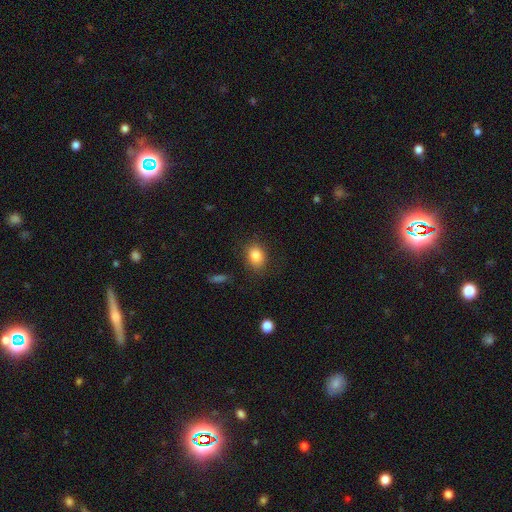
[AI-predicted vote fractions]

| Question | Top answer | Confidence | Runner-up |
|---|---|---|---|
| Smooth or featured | smooth | 85% | star or artifact (9%) |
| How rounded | in between | 66% | round (32%) |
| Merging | none | 82% | minor disturbance (12%) |